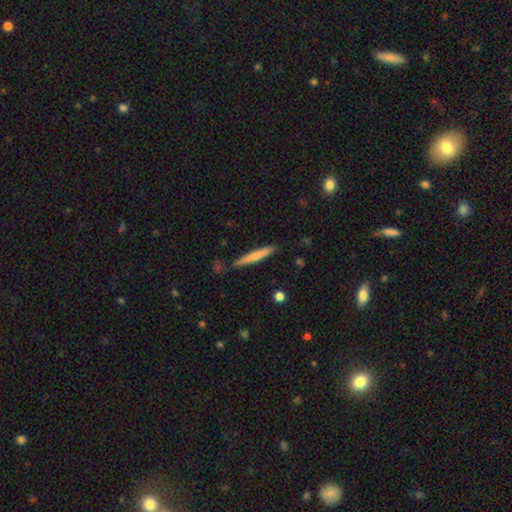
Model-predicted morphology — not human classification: This is likely a smooth galaxy (64%). How rounded: clearly cigar-shaped (94%). Merging: clearly none (85%).